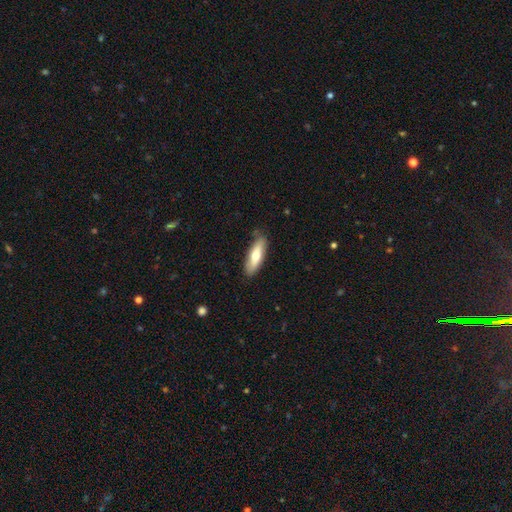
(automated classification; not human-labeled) Overall: smooth (65%; featured or disk 29%). How rounded: cigar-shaped (51%; in between 47%). Merging: none (82%).